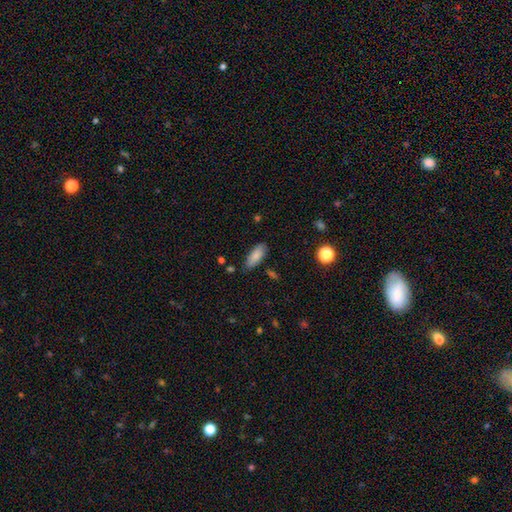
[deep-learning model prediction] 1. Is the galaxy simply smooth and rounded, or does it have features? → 85% smooth, 8% featured or disk, 7% star or artifact.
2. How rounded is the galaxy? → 80% in between, 18% cigar-shaped, 2% round.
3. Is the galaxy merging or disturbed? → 79% none, 16% minor disturbance, 3% major disturbance, 2% merger.